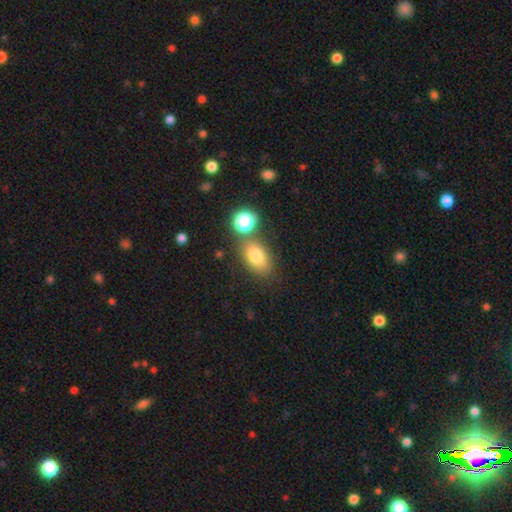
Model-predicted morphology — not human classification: smooth_or_featured: smooth (p=0.78) [alt: star or artifact p=0.12]
how_rounded: in between (p=0.84) [alt: round p=0.13]
merging: none (p=0.72) [alt: minor disturbance p=0.13]